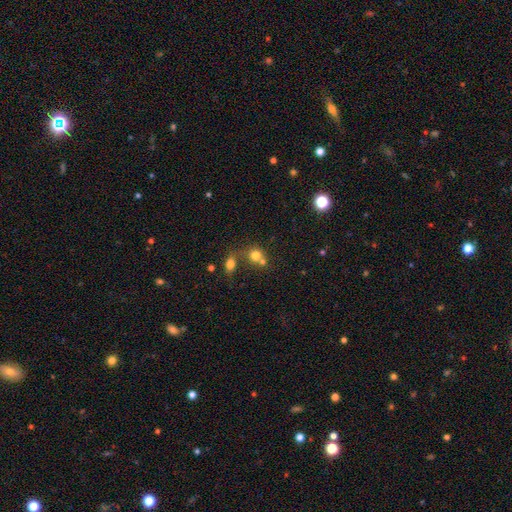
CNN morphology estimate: smooth 74%, star or artifact 14%, featured or disk 11%. Down the decision tree: how rounded — round (78%); merging — merger (44%).